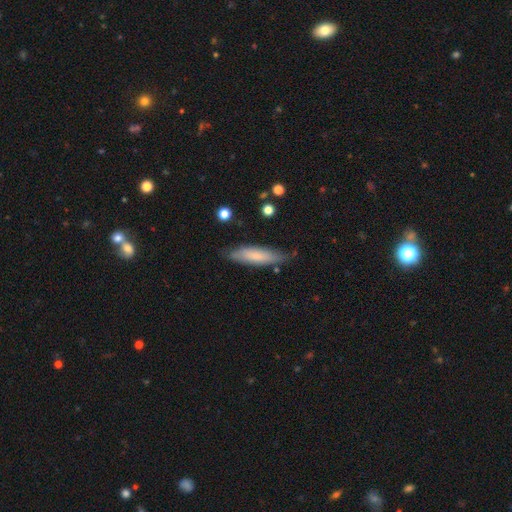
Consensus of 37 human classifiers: Overall: smooth (76%). How rounded: cigar-shaped (61%; in between 39%). Merging: none (75%).